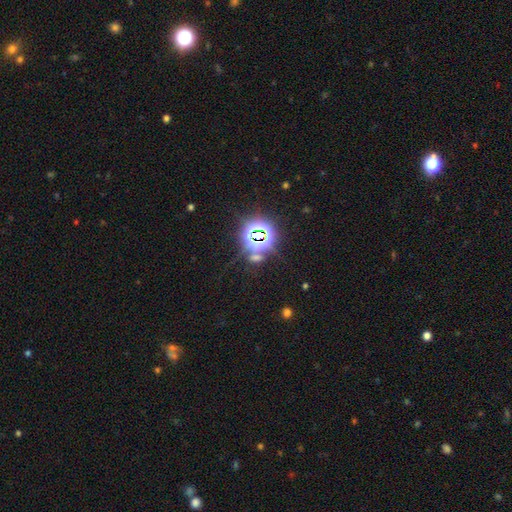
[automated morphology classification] Smooth or featured: star or artifact — 80% (smooth — 12%)